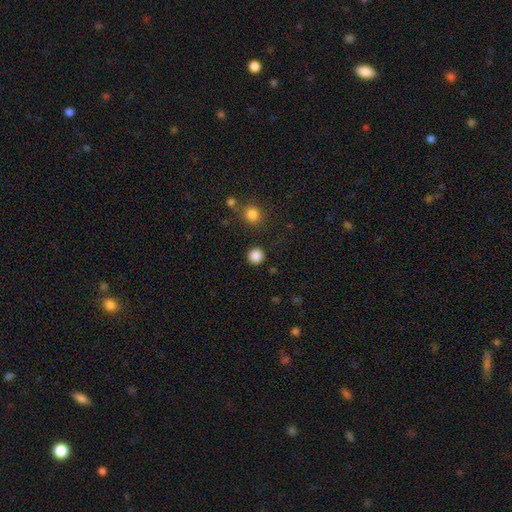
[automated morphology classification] A smooth galaxy with no disk features (86%) that is round (95%). Merging: none (90%).